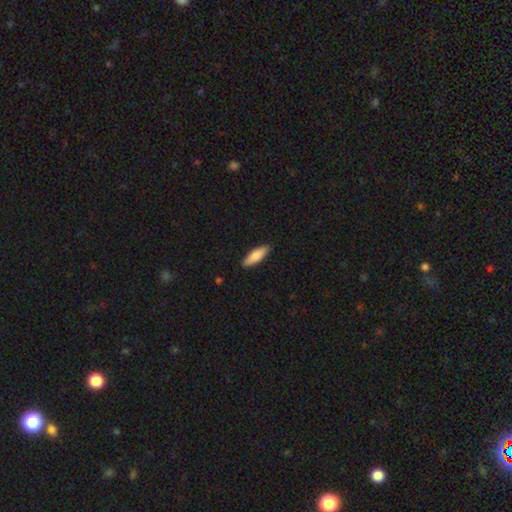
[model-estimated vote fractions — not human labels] smooth 79%, featured or disk 15%, star or artifact 5%. Down the decision tree: how rounded — in between (49%, tied with cigar-shaped); merging — none (89%).